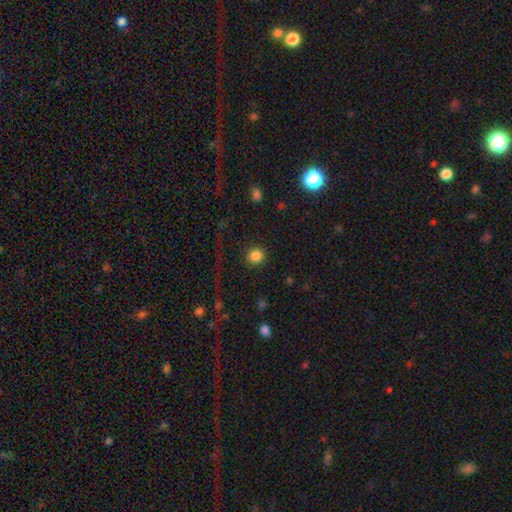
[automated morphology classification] Smooth or featured: smooth — 84% (star or artifact — 11%)
How rounded: round — 92% (in between — 7%)
Merging: none — 89% (minor disturbance — 6%)